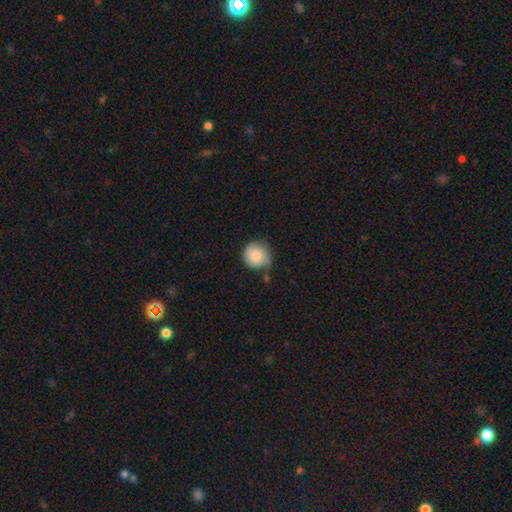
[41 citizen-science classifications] A smooth galaxy with no disk features (90%) that is round (92%).

Vote fractions:
- Smooth or featured? smooth: 90% / featured or disk: 7% / star or artifact: 2%
- How rounded? round: 92% / in between: 8% / cigar-shaped: 0%
- Merging? none: 50% / minor disturbance: 32% / major disturbance: 10% / merger: 8%